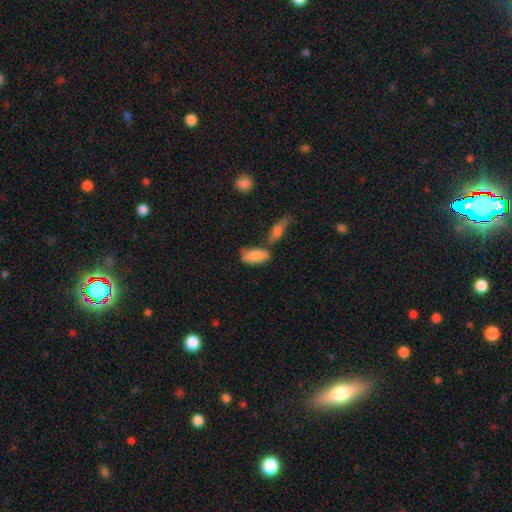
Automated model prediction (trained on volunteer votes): This appears to be a smooth galaxy with no disk features (81%) that is in between round and cigar-shaped (85%). Merging: none (43%).